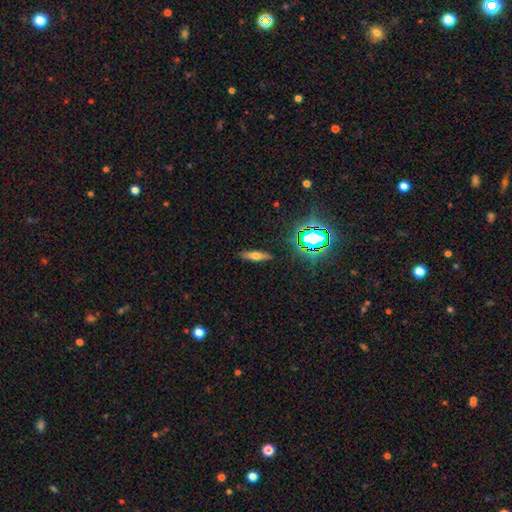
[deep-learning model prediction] A smooth galaxy with no disk features (55%) that is cigar-shaped (66%). Merging: none (88%).